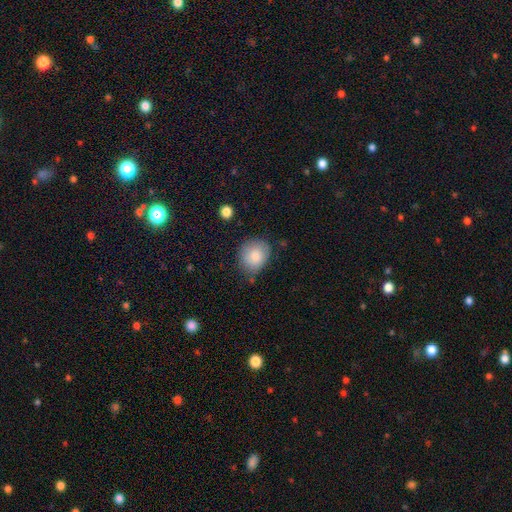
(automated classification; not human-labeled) A smooth galaxy with no disk features (85%) that is round (68%). Merging: none (72%).